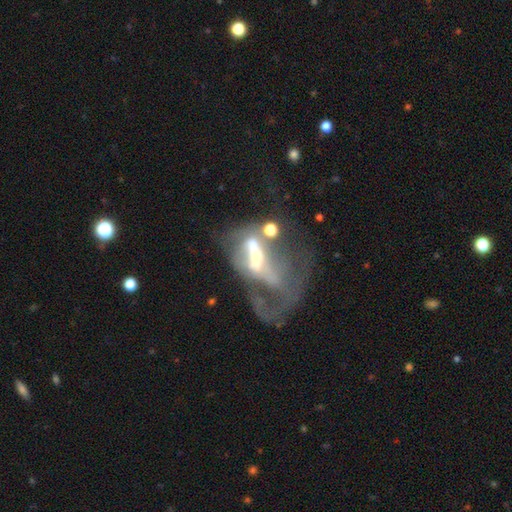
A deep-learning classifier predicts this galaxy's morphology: This appears to be a featured or disk galaxy (63%) with no bar (49%), no spiral arms (72%) and a moderate central bulge (38%). Merging: major disturbance (50%).